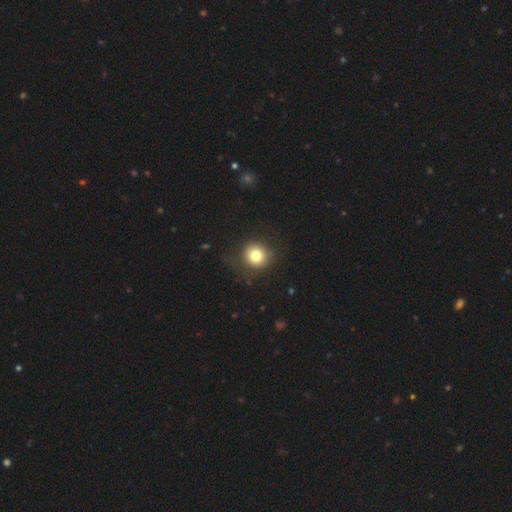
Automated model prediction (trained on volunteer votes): Smooth or featured: smooth — 79% (star or artifact — 11%)
How rounded: round — 90% (in between — 9%)
Merging: none — 80% (minor disturbance — 13%)